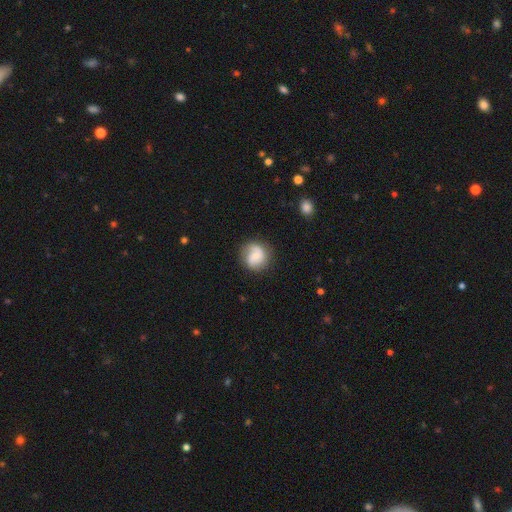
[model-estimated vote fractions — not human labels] featured or disk 47%, smooth 45%, star or artifact 8%. Down the decision tree: merging — none (74%).